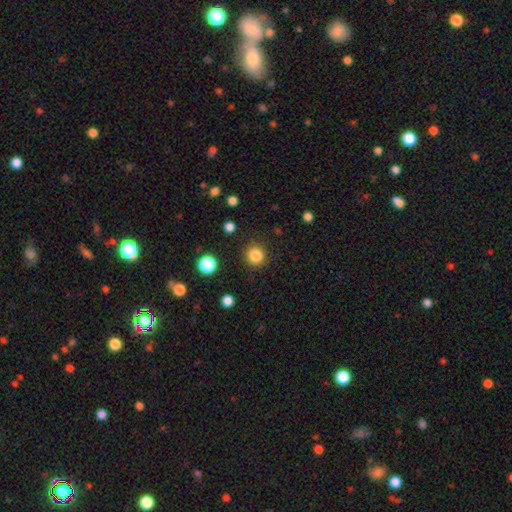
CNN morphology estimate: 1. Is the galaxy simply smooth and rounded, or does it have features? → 84% smooth, 12% star or artifact, 4% featured or disk.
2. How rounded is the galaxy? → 94% round, 5% in between, 1% cigar-shaped.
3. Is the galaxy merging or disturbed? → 90% none, 6% minor disturbance, 3% major disturbance, 1% merger.